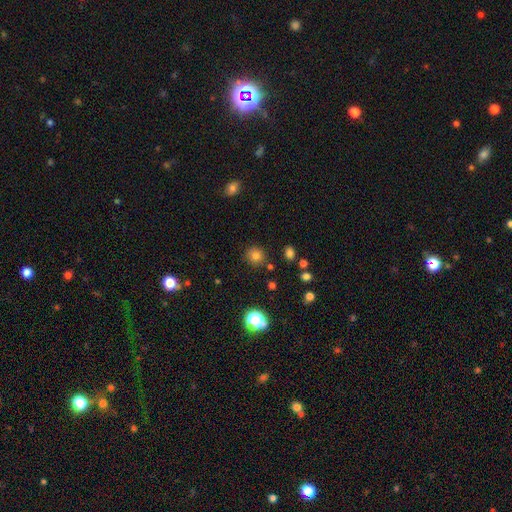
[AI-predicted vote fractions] smooth 79%, star or artifact 15%, featured or disk 6%. Down the decision tree: how rounded — round (89%); merging — none (87%).